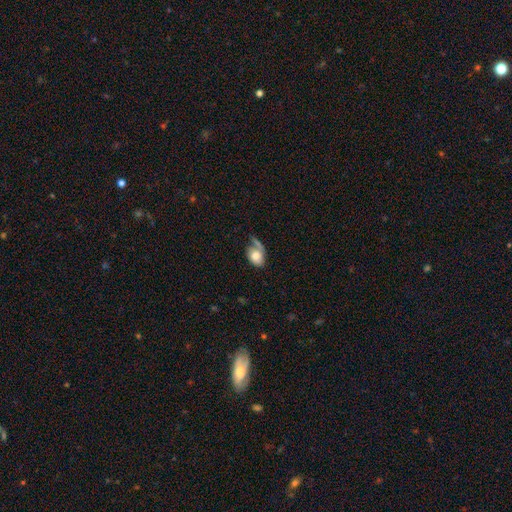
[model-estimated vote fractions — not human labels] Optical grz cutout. It shows a smooth galaxy with no disk features (65%) that is in between round and cigar-shaped (74%). Merging: none (35%).